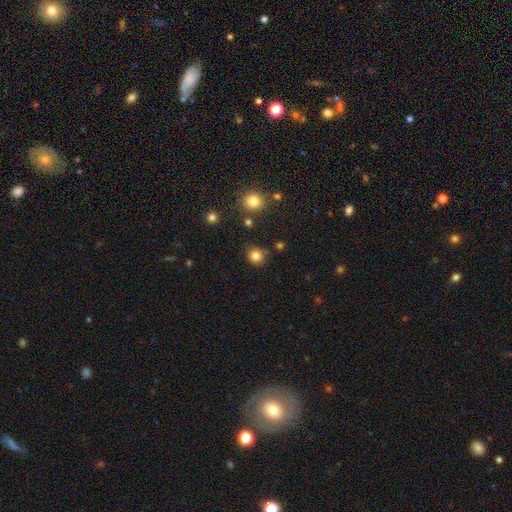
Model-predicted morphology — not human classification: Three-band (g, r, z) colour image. It shows a smooth galaxy with no disk features (83%) that is round (88%). Merging: none (83%).